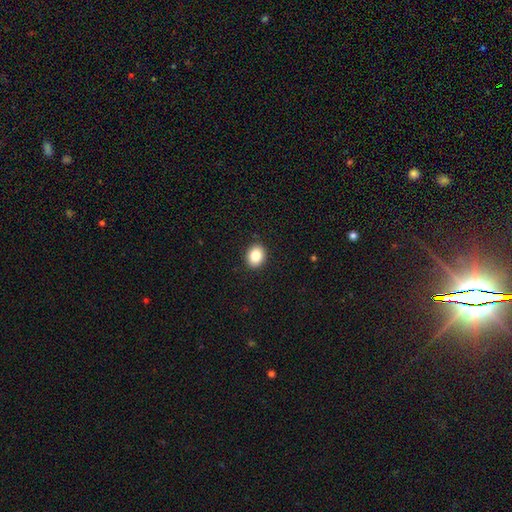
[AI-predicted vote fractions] smooth-or-featured: smooth: 86% | star or artifact: 9% | featured or disk: 5%
  how-rounded: in between: 52% | round: 48% | cigar-shaped: 1%
  merging: none: 91% | minor disturbance: 6% | major disturbance: 2% | merger: 1%